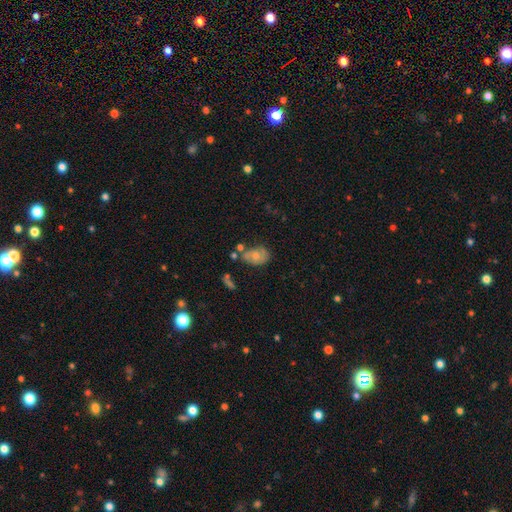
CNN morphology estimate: This appears to be a smooth galaxy with no disk features (52%) that is in between round and cigar-shaped (82%). Merging: none (48%).